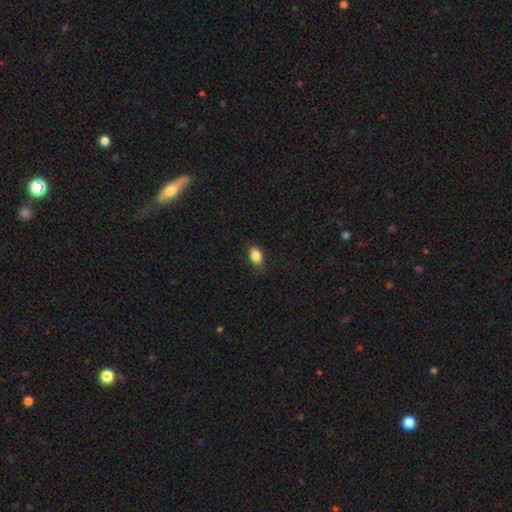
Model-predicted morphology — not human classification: Smooth or featured?
  - smooth: 86% *
  - star or artifact: 9%
  - featured or disk: 5%
How rounded?
  - in between: 77% *
  - round: 22%
  - cigar-shaped: 2%
Merging?
  - none: 79% *
  - minor disturbance: 16%
  - major disturbance: 4%
  - merger: 1%